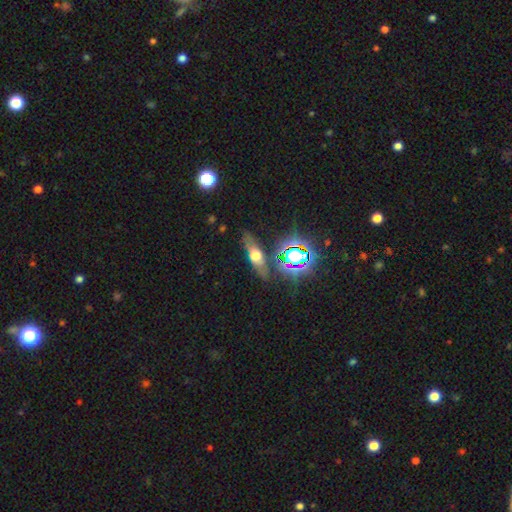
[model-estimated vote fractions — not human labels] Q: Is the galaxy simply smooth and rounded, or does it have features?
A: featured or disk — 43%.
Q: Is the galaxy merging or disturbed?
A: none — 80%.